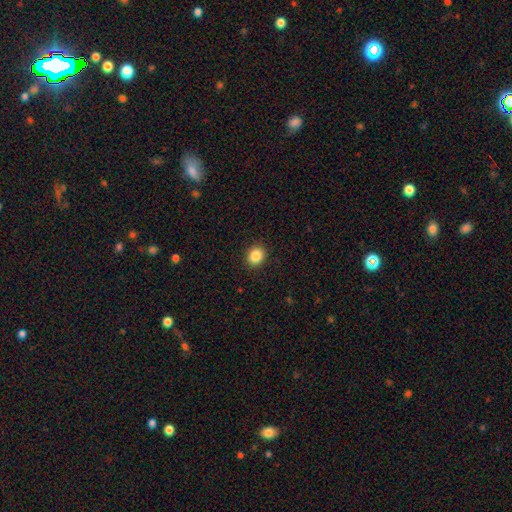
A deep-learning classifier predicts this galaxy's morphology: This is clearly a smooth galaxy (86%). How rounded: likely round (75%). Merging: clearly none (91%).